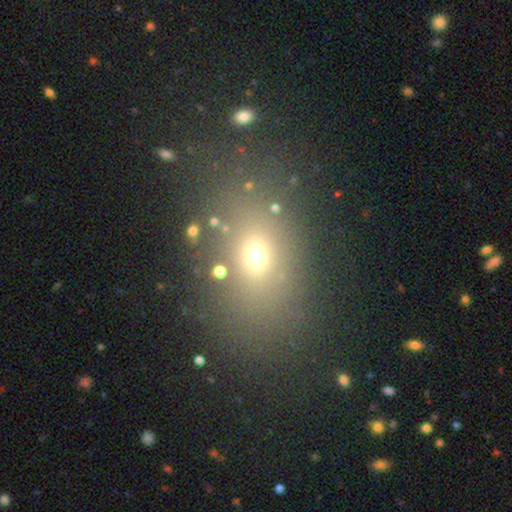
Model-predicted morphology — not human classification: type=smooth (63%); roundness=in between (66%); merging=none (78%).